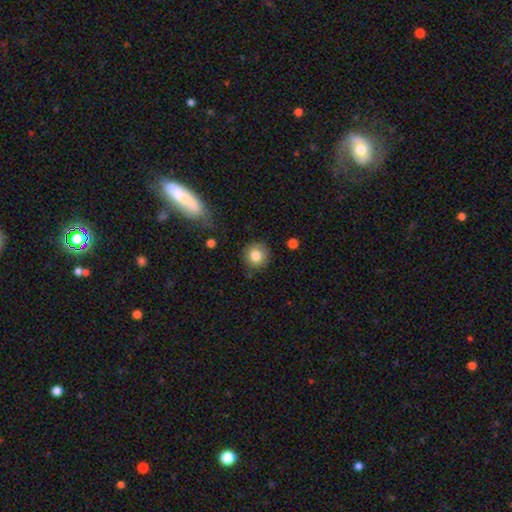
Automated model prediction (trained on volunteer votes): A smooth galaxy with no disk features (83%) that is round (91%). Merging: none (87%).